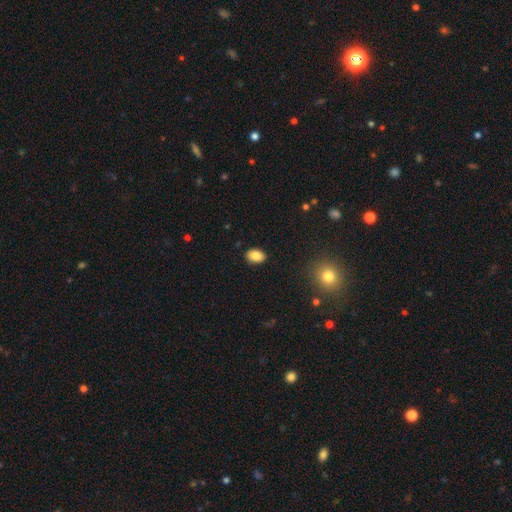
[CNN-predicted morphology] Q: Smooth or featured?
A: smooth (85%); runner-up: star or artifact (9%)
Q: How rounded?
A: in between (80%); runner-up: round (19%)
Q: Merging?
A: none (89%); runner-up: minor disturbance (8%)